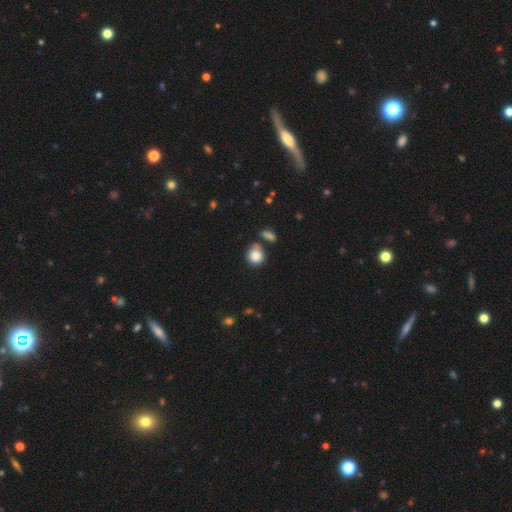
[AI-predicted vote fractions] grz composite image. It shows a smooth galaxy with no disk features (84%) that is round (80%). Merging: none (59%).